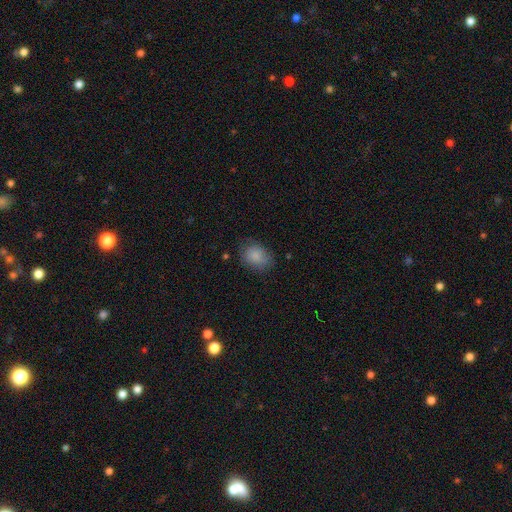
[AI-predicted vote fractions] Smooth or featured: smooth — 85% (featured or disk — 8%)
How rounded: in between — 58% (round — 41%)
Merging: none — 73% (minor disturbance — 20%)